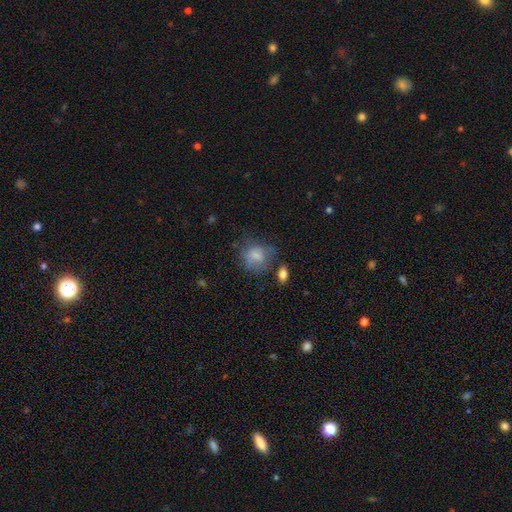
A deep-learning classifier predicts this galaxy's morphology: Q: Smooth or featured?
A: smooth (69%); runner-up: featured or disk (20%)
Q: How rounded?
A: round (61%); runner-up: in between (38%)
Q: Merging?
A: none (45%); runner-up: minor disturbance (28%)